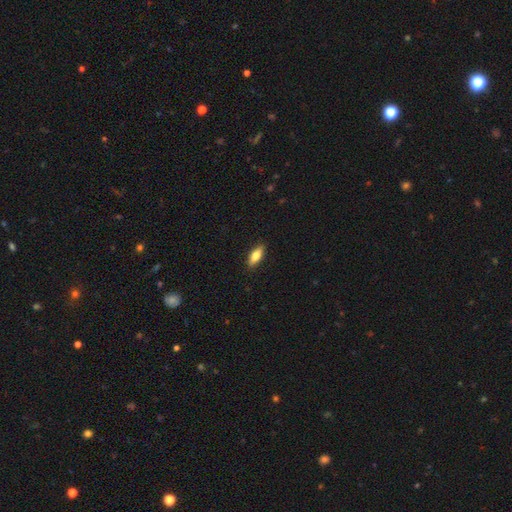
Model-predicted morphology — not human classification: Smooth or featured? Predicted: smooth (p=0.76). How rounded? Predicted: in between (p=0.73). Merging? Predicted: none (p=0.89).